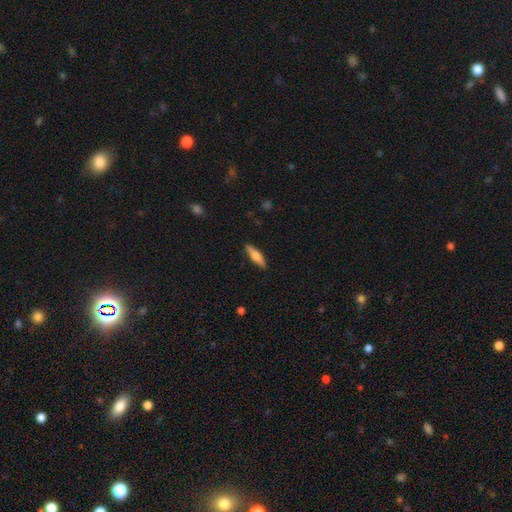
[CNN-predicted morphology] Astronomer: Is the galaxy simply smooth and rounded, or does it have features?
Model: smooth — 57% (runner-up: featured or disk, 37%).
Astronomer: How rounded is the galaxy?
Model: cigar-shaped — 64%.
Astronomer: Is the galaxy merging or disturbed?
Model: none — 88%.